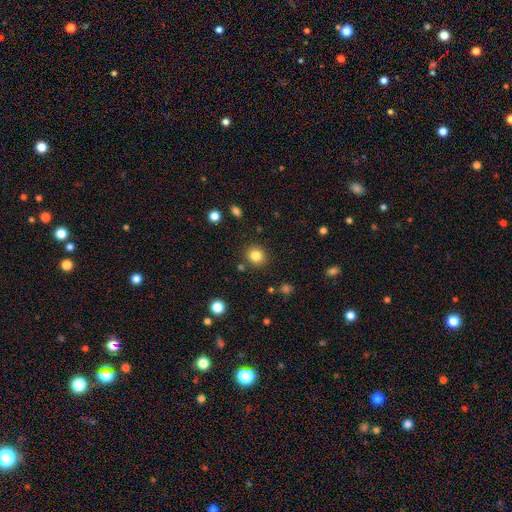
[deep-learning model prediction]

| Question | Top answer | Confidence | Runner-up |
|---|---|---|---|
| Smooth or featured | smooth | 83% | star or artifact (11%) |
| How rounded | round | 81% | in between (18%) |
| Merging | none | 86% | minor disturbance (8%) |